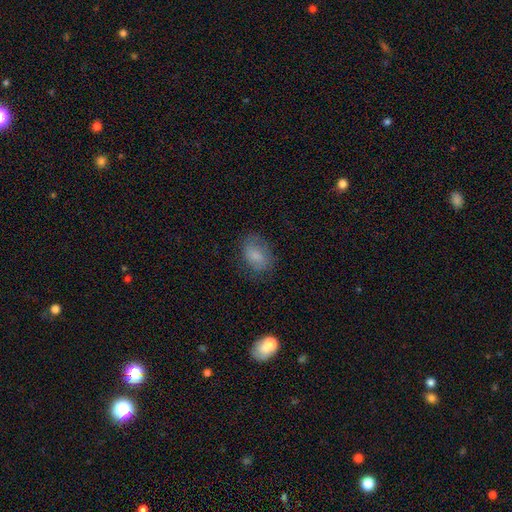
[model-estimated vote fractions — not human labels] This is likely a smooth galaxy (68%). How rounded: likely in between (79%). Merging: likely none (70%).